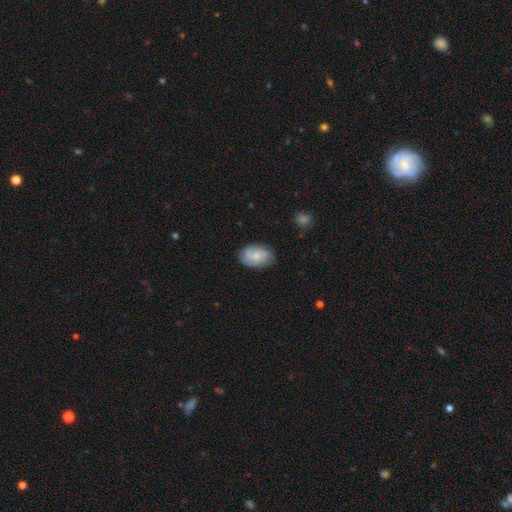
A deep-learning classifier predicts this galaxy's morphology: smooth-or-featured: featured or disk: 51% | smooth: 42% | star or artifact: 7%
  disk-edge-on: no: 97% | yes: 3%
  merging: none: 78% | minor disturbance: 16% | major disturbance: 4% | merger: 1%